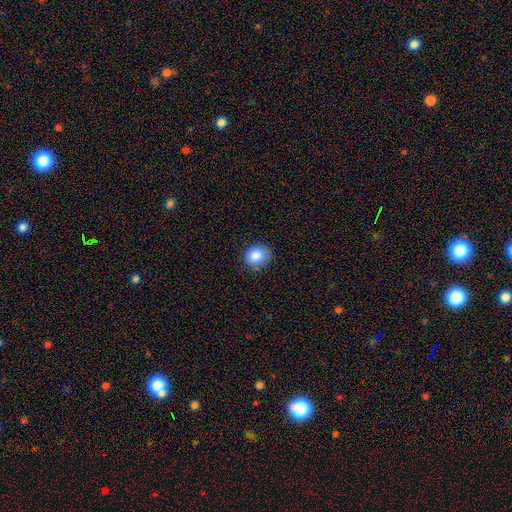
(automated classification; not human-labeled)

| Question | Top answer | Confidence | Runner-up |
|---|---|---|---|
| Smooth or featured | smooth | 85% | star or artifact (9%) |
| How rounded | round | 63% | in between (36%) |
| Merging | none | 78% | minor disturbance (17%) |